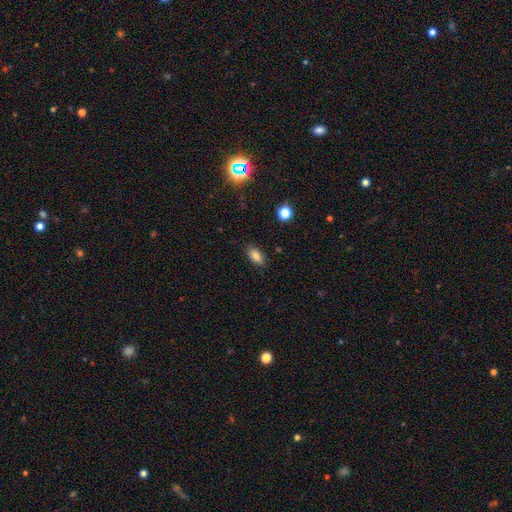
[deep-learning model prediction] Smooth or featured?
  - smooth: 82% *
  - star or artifact: 10%
  - featured or disk: 8%
How rounded?
  - in between: 88% *
  - cigar-shaped: 7%
  - round: 5%
Merging?
  - none: 85% *
  - minor disturbance: 11%
  - major disturbance: 3%
  - merger: 1%